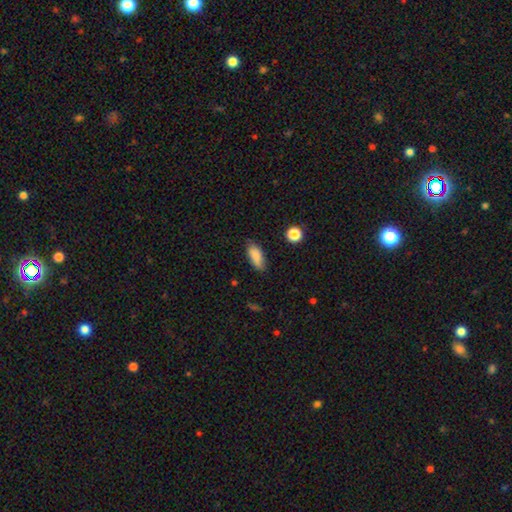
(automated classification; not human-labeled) Smooth or featured? smooth (86%)
How rounded? in between (81%)
Merging? none (78%)